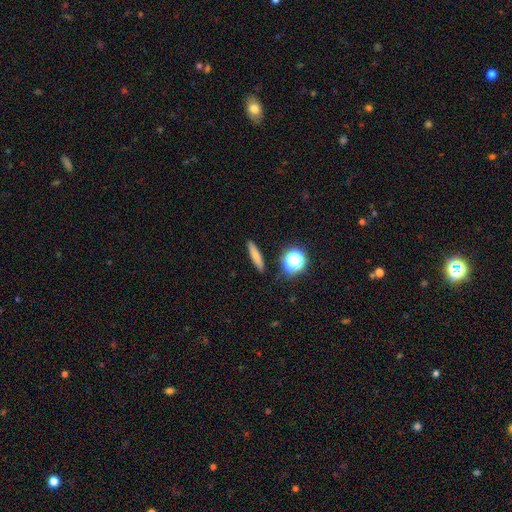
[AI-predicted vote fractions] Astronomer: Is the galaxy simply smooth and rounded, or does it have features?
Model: smooth — 73%.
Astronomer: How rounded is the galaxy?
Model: cigar-shaped — 78%.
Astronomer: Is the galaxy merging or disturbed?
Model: none — 88%.